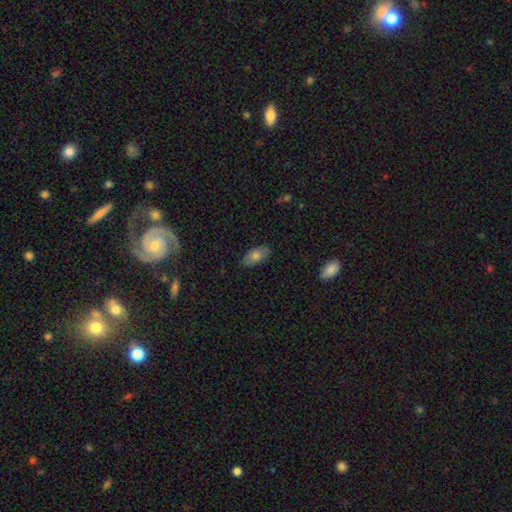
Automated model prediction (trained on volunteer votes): Smooth or featured? smooth (73%)
How rounded? in between (91%)
Merging? none (86%)